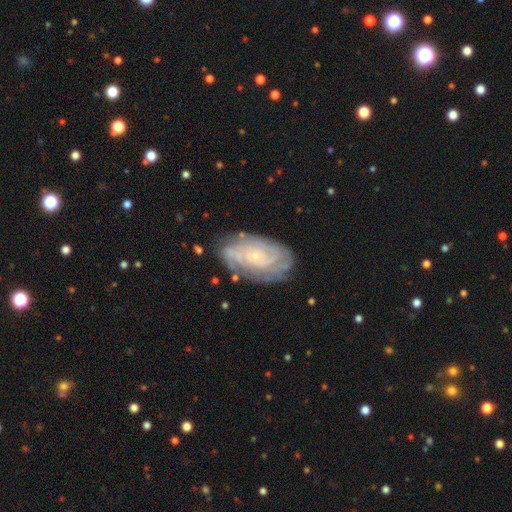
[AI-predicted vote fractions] Smooth or featured? Predicted: featured or disk (p=0.62). Edge-on disk? Predicted: no (p=0.92). Bar? Predicted: no (p=0.72). Spiral arms? Predicted: yes (p=0.85). Bulge size? Predicted: small (p=0.73). Merging? Predicted: none (p=0.79).